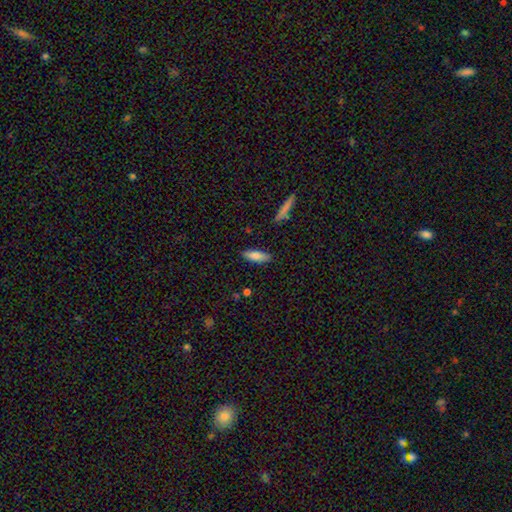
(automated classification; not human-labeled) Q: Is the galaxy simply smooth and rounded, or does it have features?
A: smooth — 80%.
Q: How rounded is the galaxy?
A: in between — 61%.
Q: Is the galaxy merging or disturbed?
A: none — 86%.